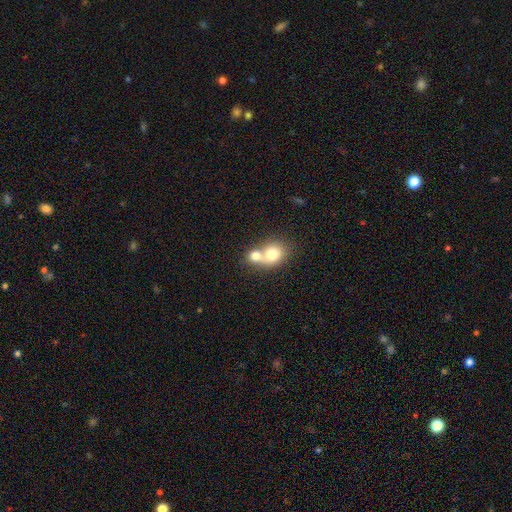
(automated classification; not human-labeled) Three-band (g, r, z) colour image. It shows a smooth galaxy with no disk features (74%) that is round (68%). Merging: merger (71%).